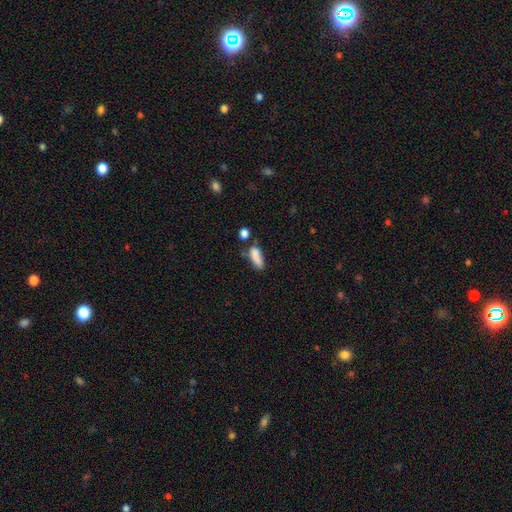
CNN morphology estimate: A smooth galaxy with no disk features (80%) that is in between round and cigar-shaped (59%). Merging: none (45%).